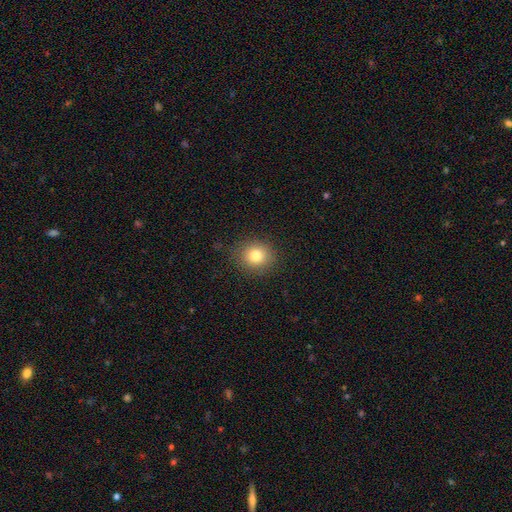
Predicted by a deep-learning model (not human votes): Morphology: type=smooth (80%); roundness=round (83%); merging=none (87%).